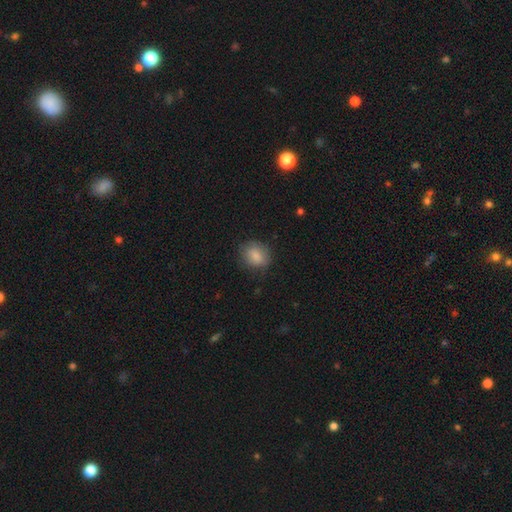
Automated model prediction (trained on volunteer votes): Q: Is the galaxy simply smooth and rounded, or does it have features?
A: smooth — 83%.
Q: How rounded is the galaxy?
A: round — 56%.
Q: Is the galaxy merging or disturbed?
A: none — 77%.